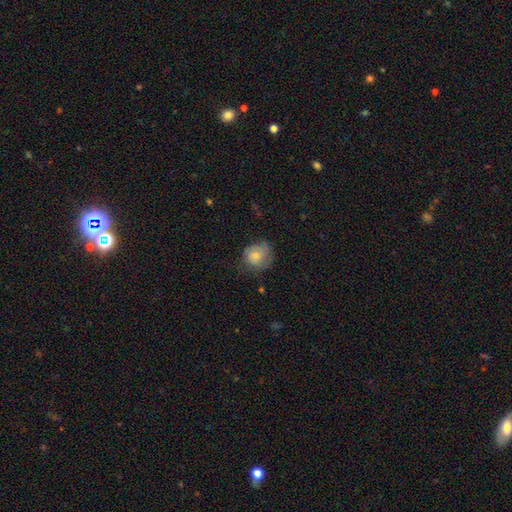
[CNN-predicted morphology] Q: Smooth or featured?
A: smooth (74%); runner-up: featured or disk (18%)
Q: How rounded?
A: round (71%); runner-up: in between (29%)
Q: Merging?
A: none (54%); runner-up: minor disturbance (32%)